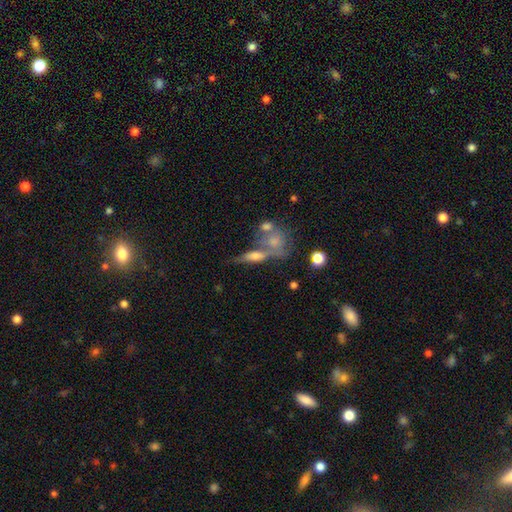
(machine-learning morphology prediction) This is possibly a featured or disk galaxy (48%). Merging: possibly none (47%).